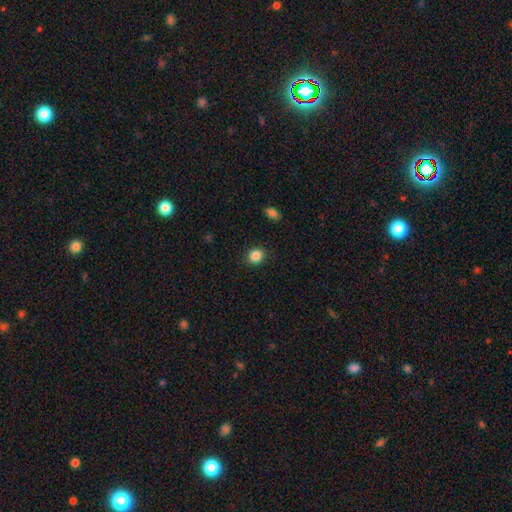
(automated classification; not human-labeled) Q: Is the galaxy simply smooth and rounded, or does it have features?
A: smooth — 86%.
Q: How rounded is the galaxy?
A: round — 81%.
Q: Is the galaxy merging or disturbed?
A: none — 90%.